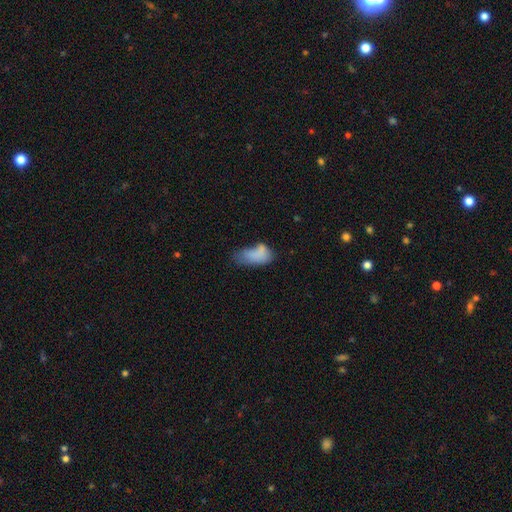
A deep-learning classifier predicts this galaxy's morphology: smooth_or_featured: smooth (p=0.76) [alt: featured or disk p=0.14]
how_rounded: in between (p=0.90) [alt: cigar-shaped p=0.06]
merging: minor disturbance (p=0.31) [alt: major disturbance p=0.30]